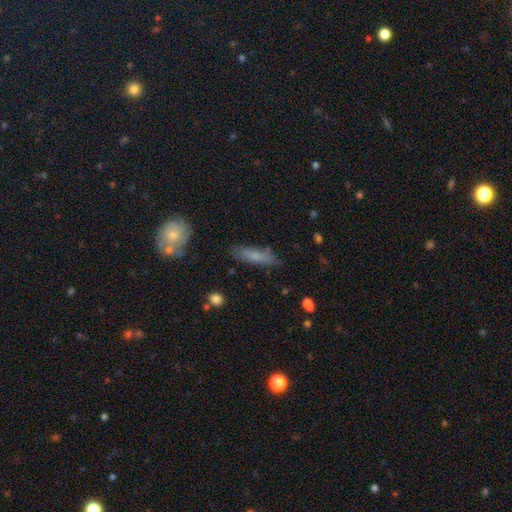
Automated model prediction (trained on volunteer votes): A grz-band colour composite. It shows a smooth galaxy with no disk features (69%) that is cigar-shaped (66%). Merging: none (77%).